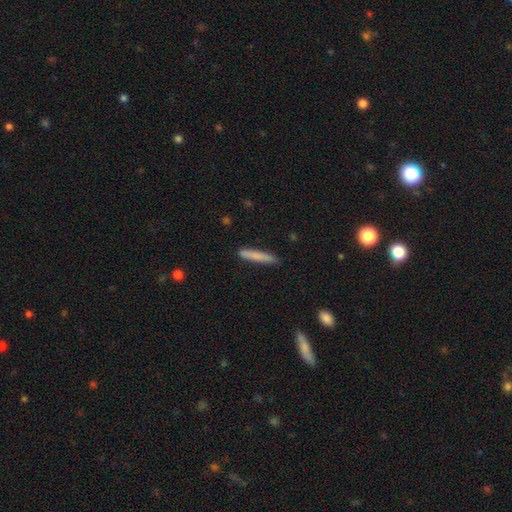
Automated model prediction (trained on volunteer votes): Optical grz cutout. It shows a smooth galaxy with no disk features (79%) that is cigar-shaped (94%). Merging: none (87%).